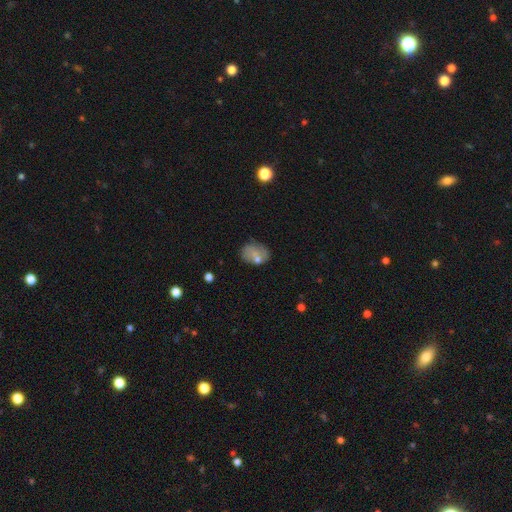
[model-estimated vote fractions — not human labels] A smooth galaxy with no disk features (67%) that is in between round and cigar-shaped (67%).

Vote fractions:
- Smooth or featured? smooth: 67% / featured or disk: 23% / star or artifact: 11%
- How rounded? in between: 67% / round: 31% / cigar-shaped: 1%
- Merging? none: 51% / minor disturbance: 26% / merger: 11% / major disturbance: 11%